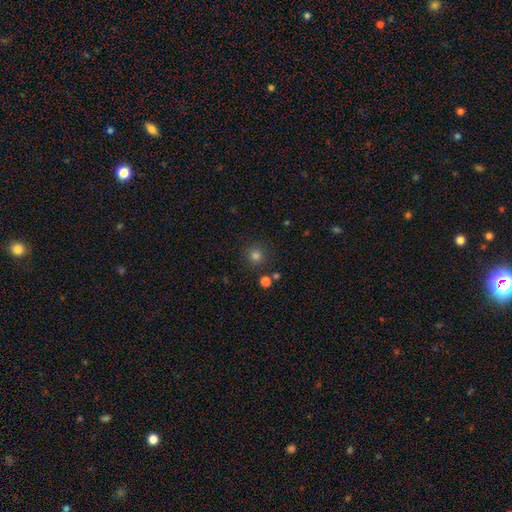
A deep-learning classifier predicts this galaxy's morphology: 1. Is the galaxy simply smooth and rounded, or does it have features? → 81% smooth, 15% star or artifact, 4% featured or disk.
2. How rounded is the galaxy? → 94% round, 5% in between, 1% cigar-shaped.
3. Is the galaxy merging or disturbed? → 86% none, 7% minor disturbance, 4% merger, 3% major disturbance.